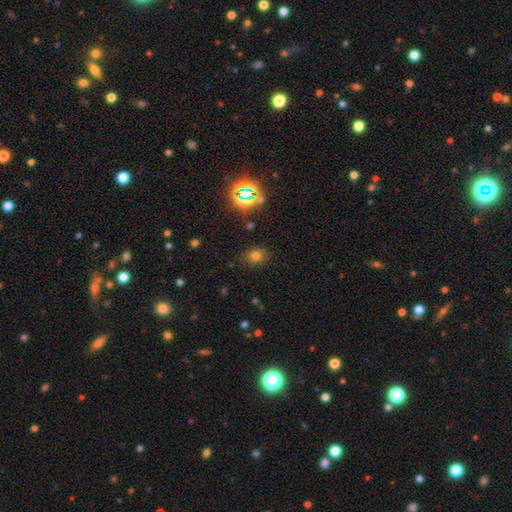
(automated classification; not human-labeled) This is likely a smooth galaxy (68%). How rounded: possibly round (55%). Merging: clearly none (82%).